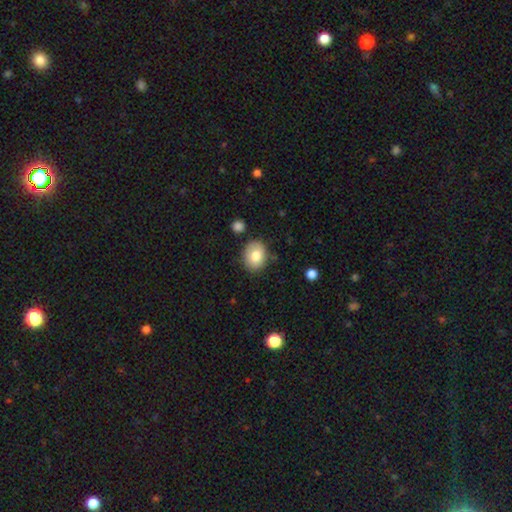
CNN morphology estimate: Smooth or featured? smooth (79%)
How rounded? in between (52%)
Merging? none (79%)